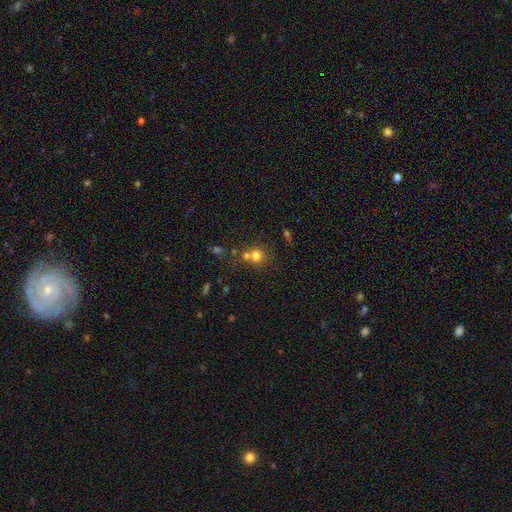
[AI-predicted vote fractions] Morphology: type=smooth (73%); roundness=round (86%); merging=none (48%).